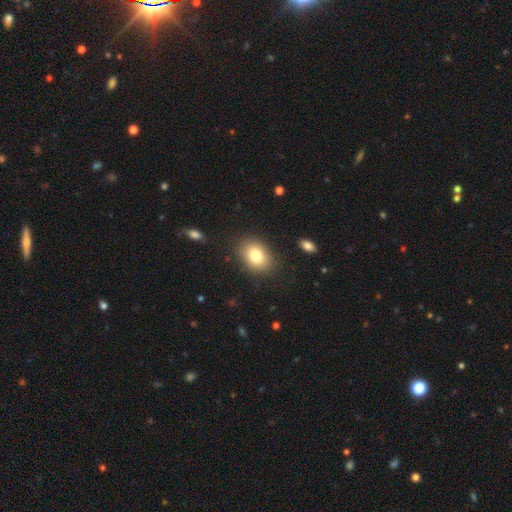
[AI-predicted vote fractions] smooth 81%, featured or disk 10%, star or artifact 9%. Down the decision tree: how rounded — in between (68%); merging — none (85%).